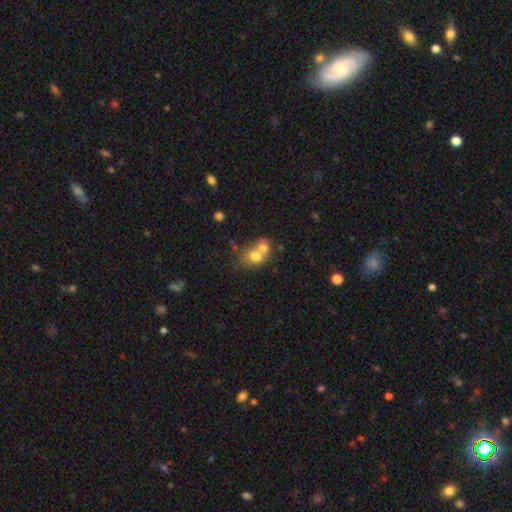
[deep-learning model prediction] Smooth or featured? Predicted: smooth (p=0.68). How rounded? Predicted: round (p=0.56). Merging? Predicted: merger (p=0.65).